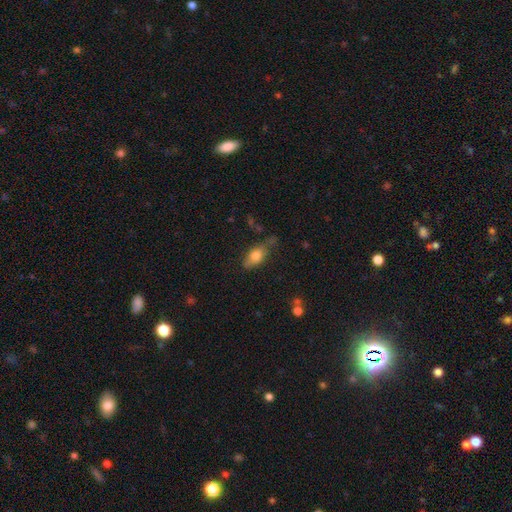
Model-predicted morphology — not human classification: This appears to be a smooth galaxy with no disk features (72%) that is in between round and cigar-shaped (82%). Merging: none (56%).